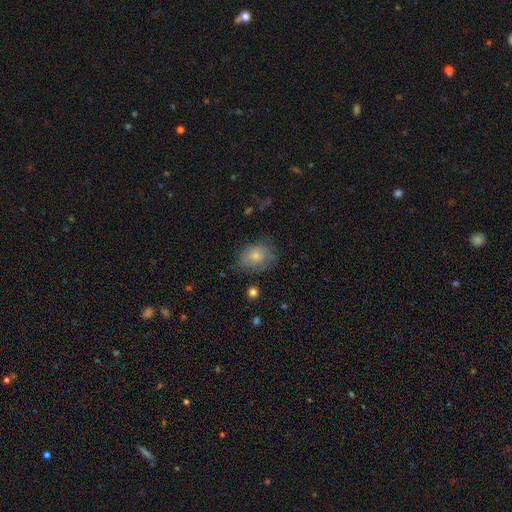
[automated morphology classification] type=smooth (72%); roundness=in between (57%); merging=none (62%).